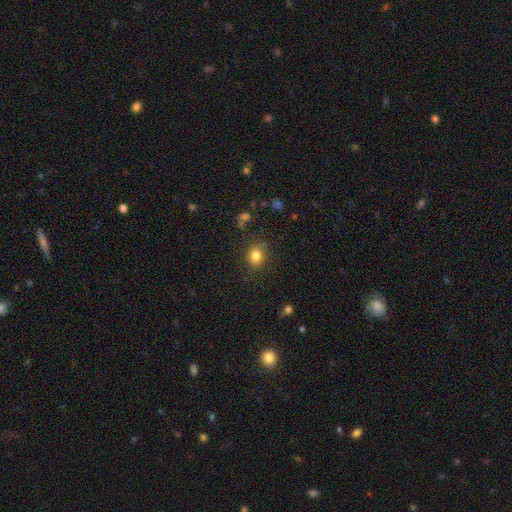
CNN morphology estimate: type=smooth (82%); roundness=round (66%); merging=none (82%).